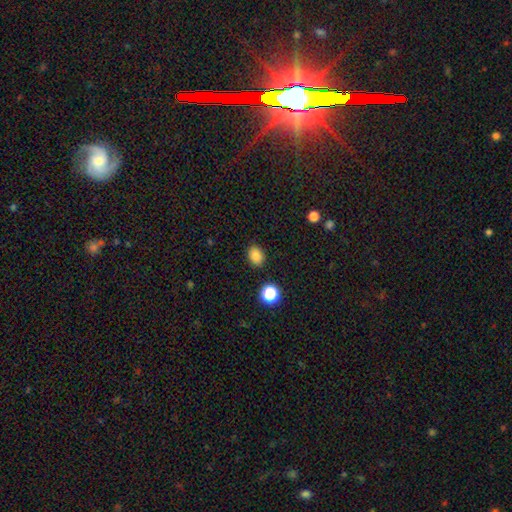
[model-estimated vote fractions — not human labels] Morphology: type=smooth (84%); roundness=in between (63%); merging=none (87%).